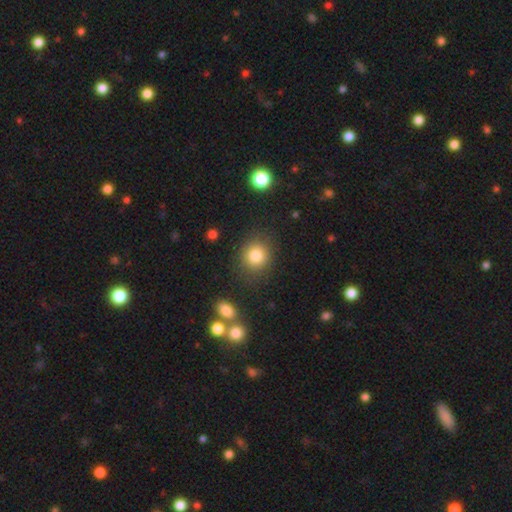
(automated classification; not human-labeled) Smooth or featured? Predicted: smooth (p=0.82). How rounded? Predicted: round (p=0.82). Merging? Predicted: none (p=0.83).